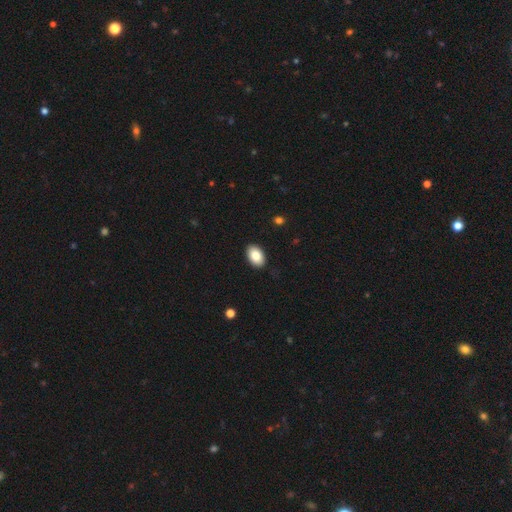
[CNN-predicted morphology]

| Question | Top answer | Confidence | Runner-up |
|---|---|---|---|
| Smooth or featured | smooth | 85% | featured or disk (8%) |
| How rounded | in between | 91% | round (8%) |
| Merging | none | 90% | minor disturbance (8%) |